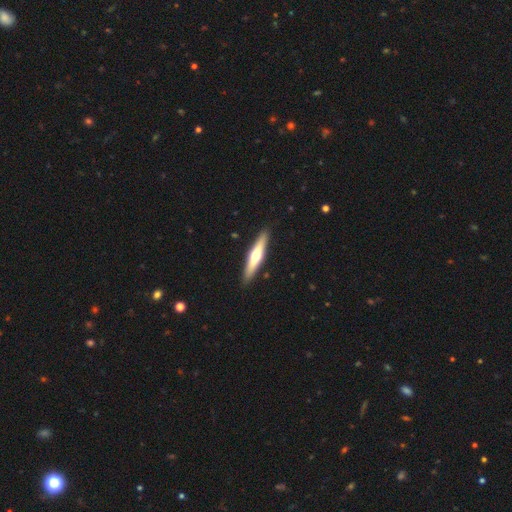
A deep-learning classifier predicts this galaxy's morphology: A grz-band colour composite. It shows a featured or disk galaxy (53%) viewed edge-on (95%). Merging: none (91%).